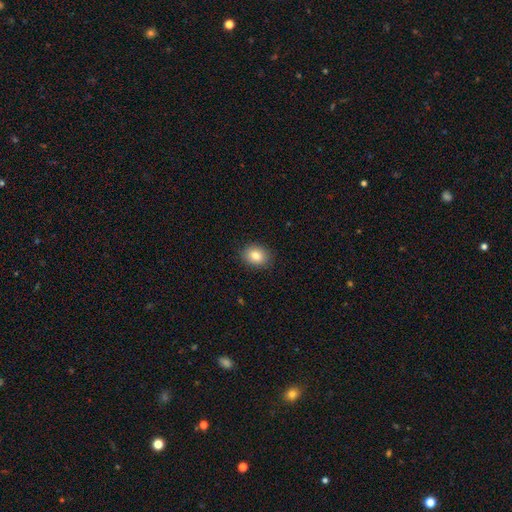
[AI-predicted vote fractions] Morphology: type=smooth (83%); roundness=in between (53%); merging=none (89%).